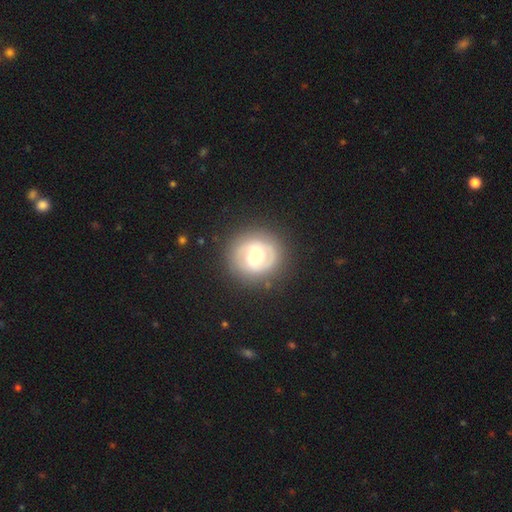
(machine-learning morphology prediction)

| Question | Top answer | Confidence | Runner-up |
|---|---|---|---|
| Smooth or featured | featured or disk | 55% | smooth (38%) |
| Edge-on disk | no | 97% | yes (3%) |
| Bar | no | 60% | weak (28%) |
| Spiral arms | yes | 55% | no (45%) |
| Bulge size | moderate | 64% | small (18%) |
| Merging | none | 83% | minor disturbance (11%) |